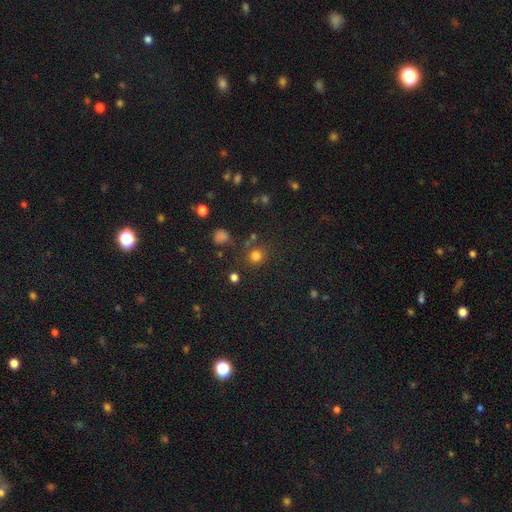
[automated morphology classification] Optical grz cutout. It shows a smooth galaxy with no disk features (77%) that is round (89%). Merging: none (78%).